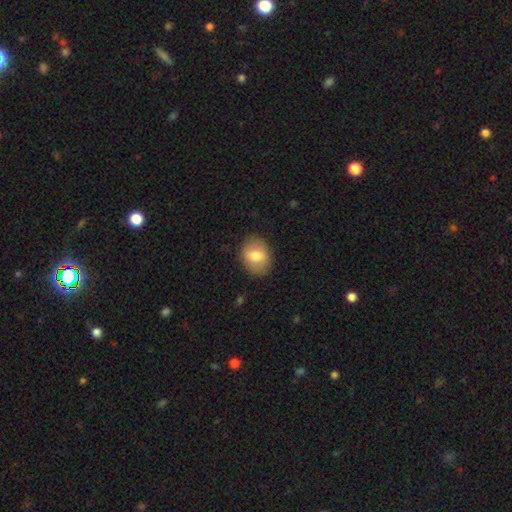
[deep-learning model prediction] This appears to be a smooth galaxy with no disk features (71%) that is in between round and cigar-shaped (52%). Merging: none (84%).